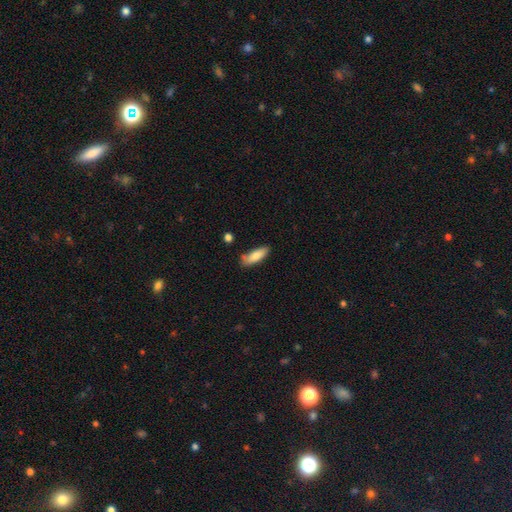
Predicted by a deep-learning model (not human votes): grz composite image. It shows a smooth galaxy with no disk features (81%) that is in between round and cigar-shaped (60%). Merging: none (73%).